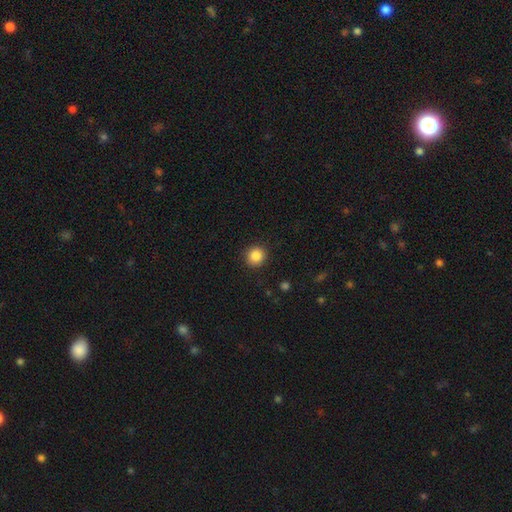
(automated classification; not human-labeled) Smooth or featured?
  - smooth: 86% *
  - star or artifact: 10%
  - featured or disk: 4%
How rounded?
  - round: 91% *
  - in between: 8%
  - cigar-shaped: 1%
Merging?
  - none: 90% *
  - minor disturbance: 7%
  - major disturbance: 2%
  - merger: 1%